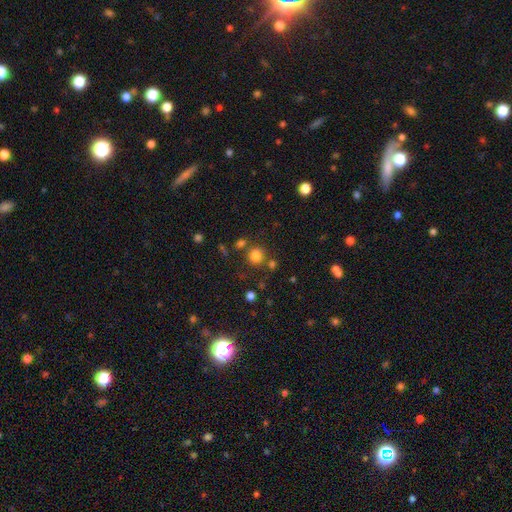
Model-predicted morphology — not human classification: Smooth or featured? Predicted: smooth (p=0.79). How rounded? Predicted: round (p=0.80). Merging? Predicted: none (p=0.73).